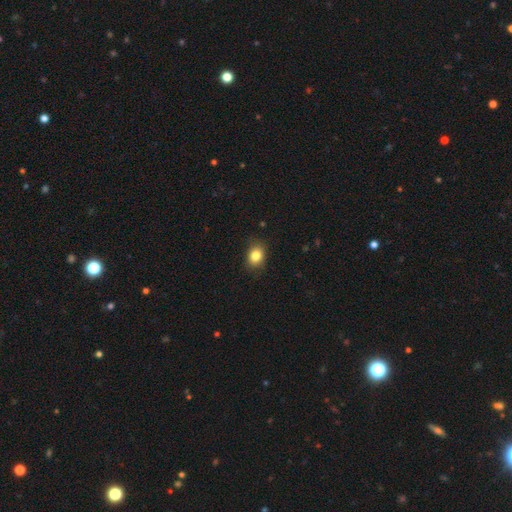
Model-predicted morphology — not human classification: Smooth or featured?
  - smooth: 84% *
  - star or artifact: 10%
  - featured or disk: 6%
How rounded?
  - in between: 55% *
  - round: 44%
  - cigar-shaped: 1%
Merging?
  - none: 83% *
  - minor disturbance: 13%
  - major disturbance: 3%
  - merger: 1%